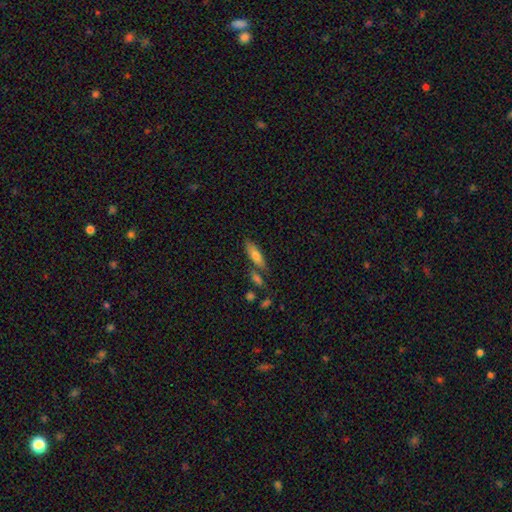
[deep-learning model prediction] Smooth or featured: smooth — 69% (featured or disk — 24%)
How rounded: in between — 50% (cigar-shaped — 48%)
Merging: none — 65% (merger — 16%)